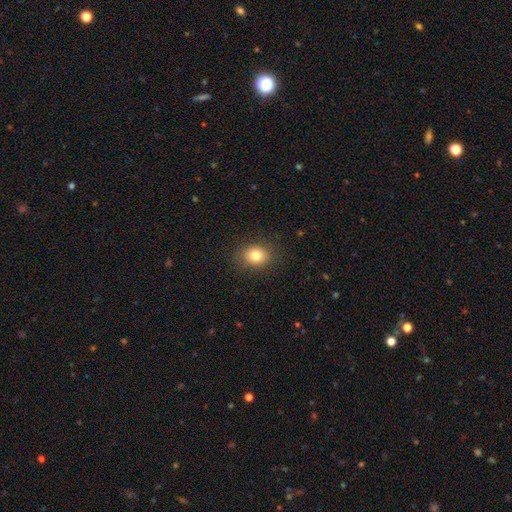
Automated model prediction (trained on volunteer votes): smooth_or_featured: smooth (p=0.80) [alt: star or artifact p=0.12]
how_rounded: round (p=0.57) [alt: in between p=0.42]
merging: none (p=0.87) [alt: minor disturbance p=0.09]